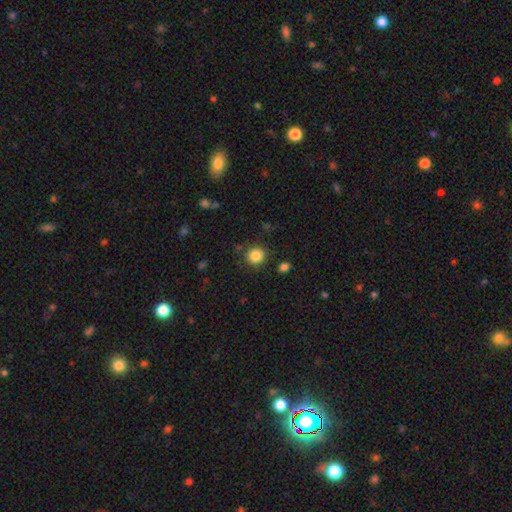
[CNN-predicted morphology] Smooth or featured?
  - smooth: 85% *
  - star or artifact: 11%
  - featured or disk: 4%
How rounded?
  - round: 91% *
  - in between: 8%
  - cigar-shaped: 1%
Merging?
  - none: 88% *
  - minor disturbance: 7%
  - major disturbance: 3%
  - merger: 2%